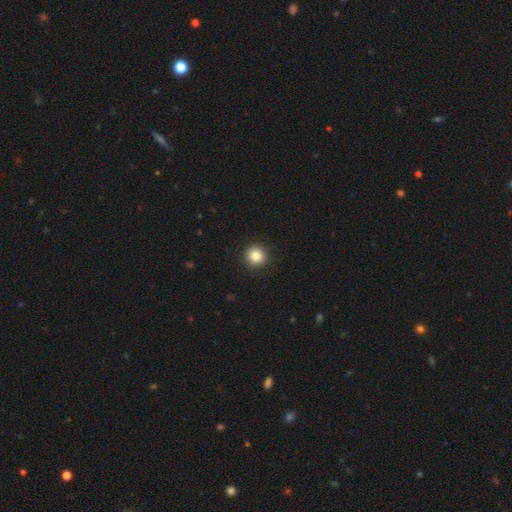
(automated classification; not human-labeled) A smooth galaxy with no disk features (85%) that is round (94%). Merging: none (92%).